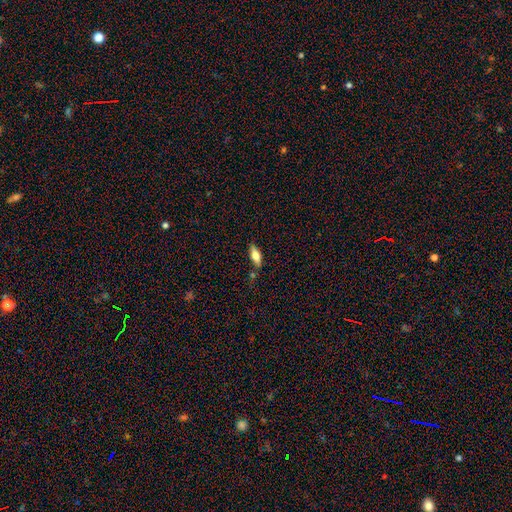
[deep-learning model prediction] Smooth or featured? Predicted: smooth (p=0.57). How rounded? Predicted: in between (p=0.64). Merging? Predicted: none (p=0.75).